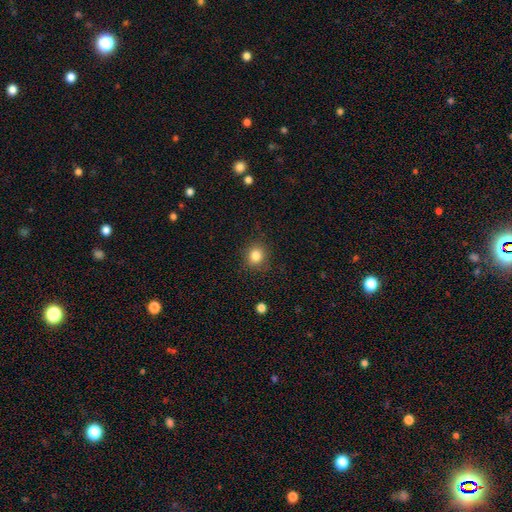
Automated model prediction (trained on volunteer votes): This appears to be a smooth galaxy with no disk features (84%) that is round (81%). Merging: none (87%).